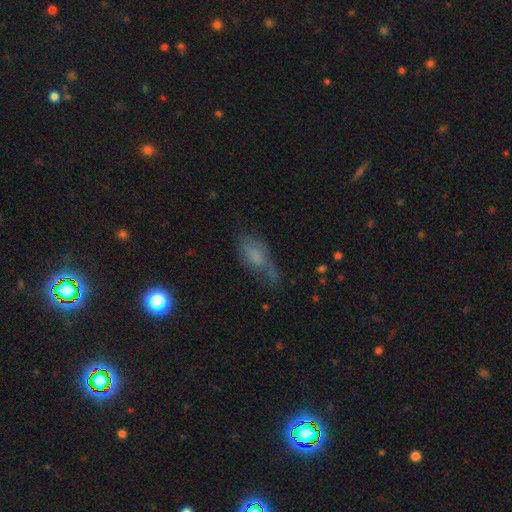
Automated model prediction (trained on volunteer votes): A smooth galaxy with no disk features (59%) that is in between round and cigar-shaped (81%). Merging: none (44%).